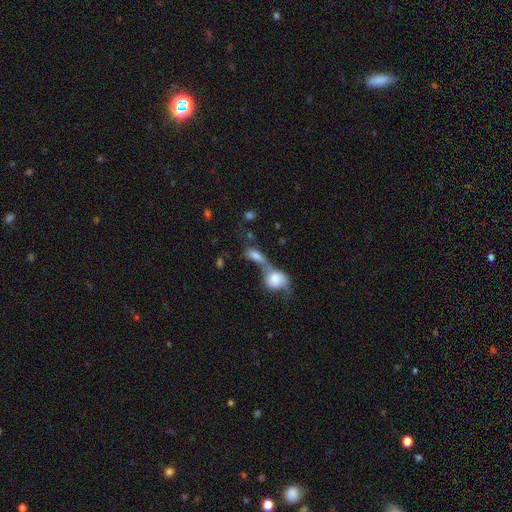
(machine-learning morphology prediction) smooth_or_featured: smooth (p=0.68) [alt: featured or disk p=0.22]
how_rounded: in between (p=0.75) [alt: round p=0.17]
merging: merger (p=0.73) [alt: none p=0.13]